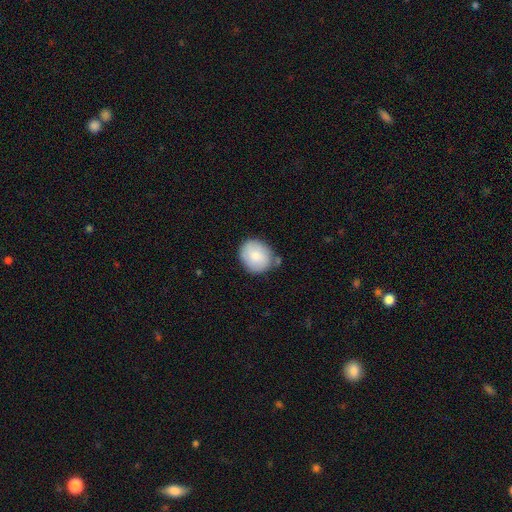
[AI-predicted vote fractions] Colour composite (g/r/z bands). It shows a smooth galaxy with no disk features (81%) that is round (76%). Merging: none (68%).